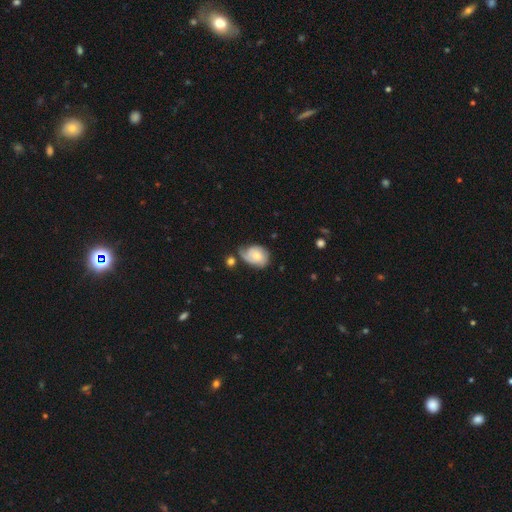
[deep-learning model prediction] smooth_or_featured: featured or disk (p=0.47) [alt: smooth p=0.46]
merging: none (p=0.42) [alt: minor disturbance p=0.35]